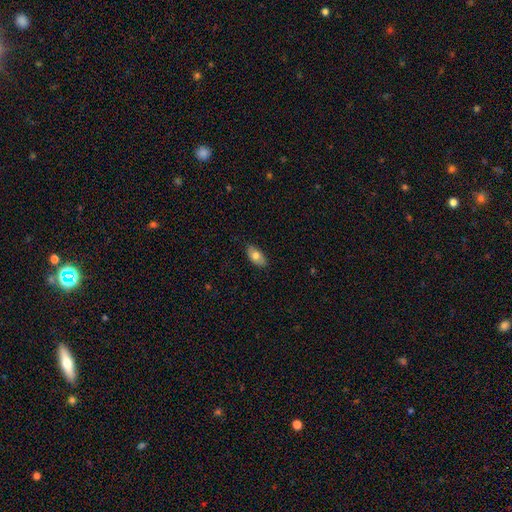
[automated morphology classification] A smooth galaxy with no disk features (76%) that is in between round and cigar-shaped (92%).

Vote fractions:
- Smooth or featured? smooth: 76% / featured or disk: 18% / star or artifact: 6%
- How rounded? in between: 92% / cigar-shaped: 4% / round: 4%
- Merging? none: 86% / minor disturbance: 11% / major disturbance: 2% / merger: 1%